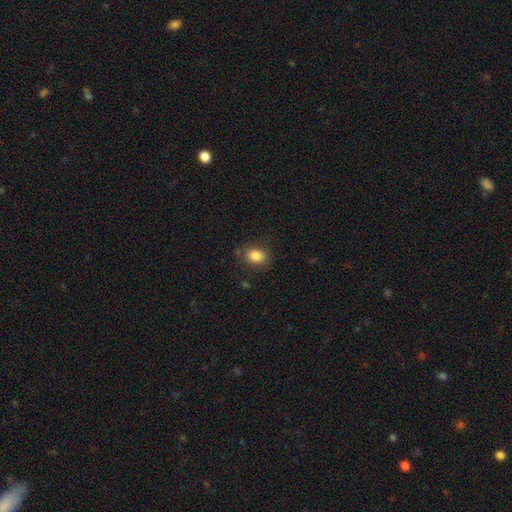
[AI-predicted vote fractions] This is clearly a smooth galaxy (85%). How rounded: likely in between (76%). Merging: likely none (79%).